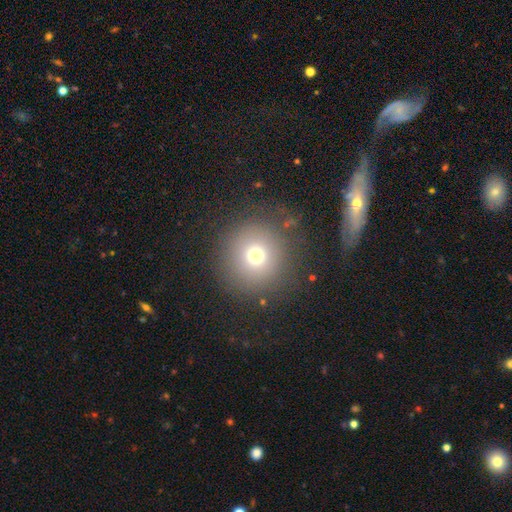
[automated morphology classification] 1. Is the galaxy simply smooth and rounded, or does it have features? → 70% smooth, 19% star or artifact, 11% featured or disk.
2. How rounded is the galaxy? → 94% round, 5% in between, 1% cigar-shaped.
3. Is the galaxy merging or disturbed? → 84% none, 8% minor disturbance, 6% major disturbance, 2% merger.